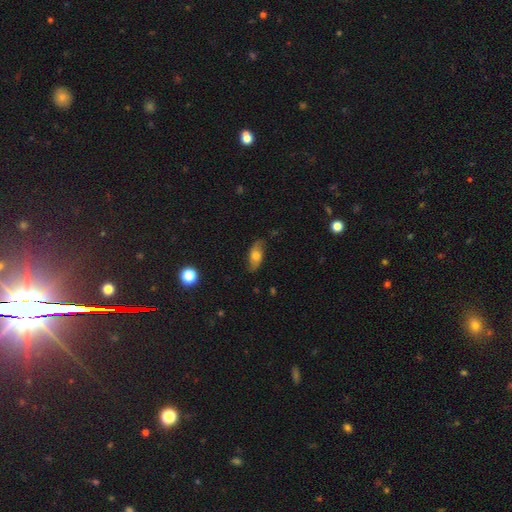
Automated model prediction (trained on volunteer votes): A smooth galaxy with no disk features (59%) that is in between round and cigar-shaped (83%). Merging: none (77%).